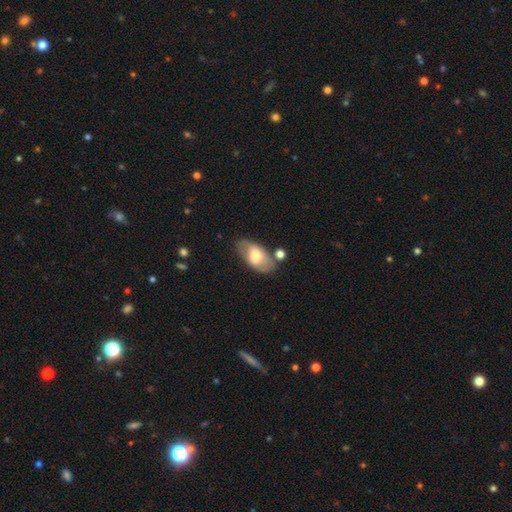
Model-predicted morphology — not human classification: smooth 58%, featured or disk 36%, star or artifact 6%. Down the decision tree: how rounded — in between (92%); merging — none (63%).